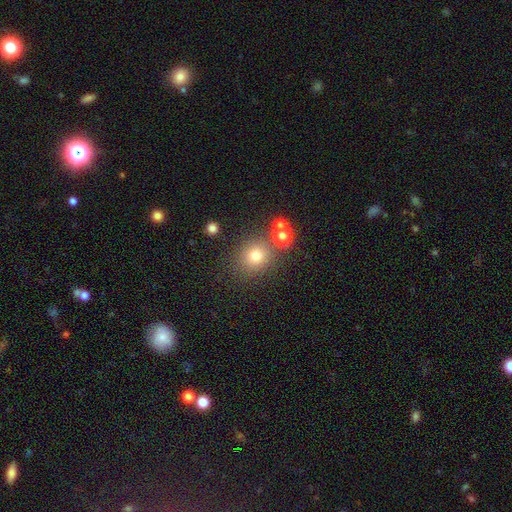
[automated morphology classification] A smooth galaxy with no disk features (75%) that is round (82%).

Vote fractions:
- Smooth or featured? smooth: 75% / star or artifact: 17% / featured or disk: 9%
- How rounded? round: 82% / in between: 17% / cigar-shaped: 1%
- Merging? none: 76% / minor disturbance: 10% / merger: 9% / major disturbance: 4%